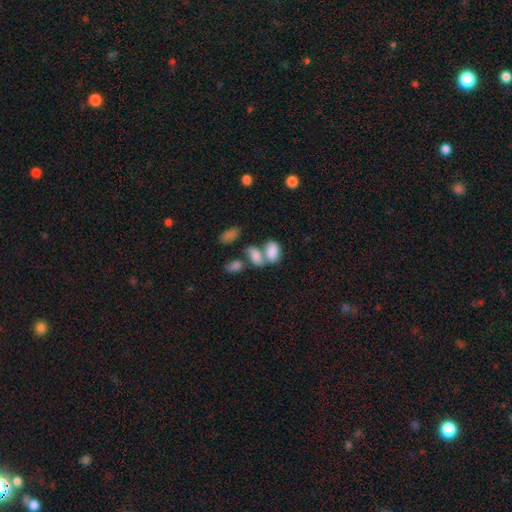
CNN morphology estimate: smooth-or-featured: smooth: 74% | featured or disk: 16% | star or artifact: 10%
  how-rounded: in between: 87% | round: 10% | cigar-shaped: 3%
  merging: merger: 56% | none: 27% | minor disturbance: 10% | major disturbance: 7%